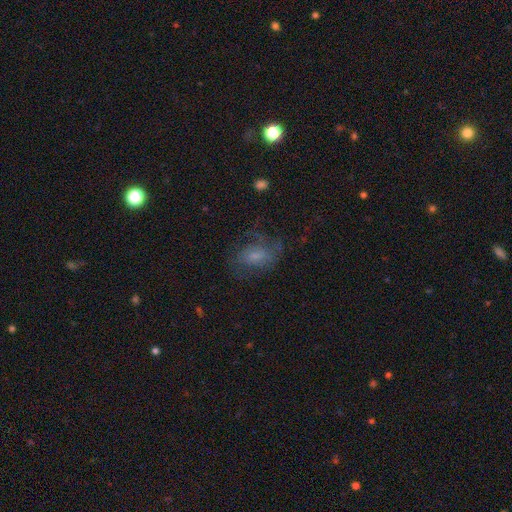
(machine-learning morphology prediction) A featured or disk galaxy (47%). Merging: none (51%).